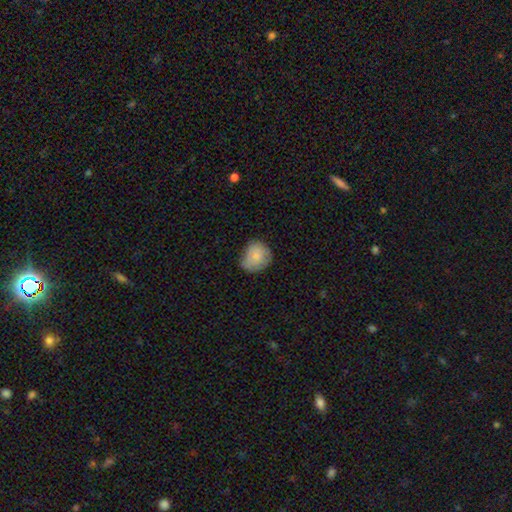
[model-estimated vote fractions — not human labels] Smooth or featured?
  - smooth: 81% *
  - featured or disk: 12%
  - star or artifact: 7%
How rounded?
  - round: 73% *
  - in between: 26%
  - cigar-shaped: 1%
Merging?
  - none: 59% *
  - minor disturbance: 33%
  - major disturbance: 6%
  - merger: 2%